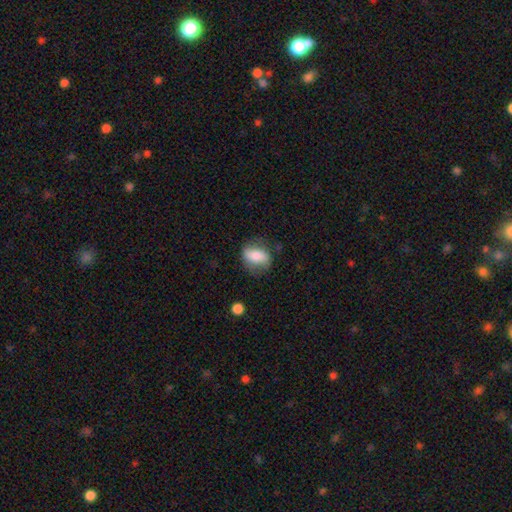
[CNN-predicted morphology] smooth 66%, featured or disk 27%, star or artifact 7%. Down the decision tree: how rounded — in between (72%); merging — none (73%).